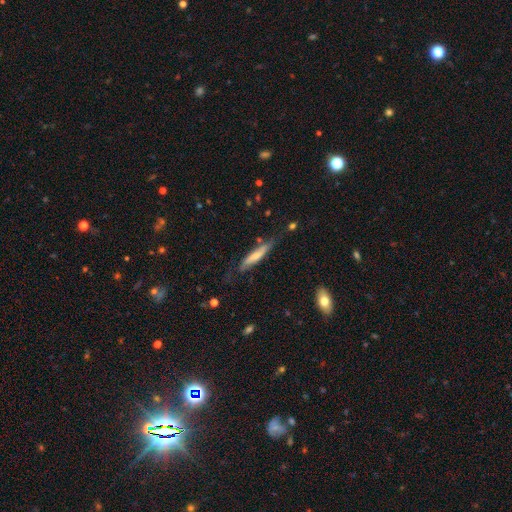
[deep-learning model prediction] smooth_or_featured: smooth (p=0.61) [alt: featured or disk p=0.33]
how_rounded: cigar-shaped (p=0.85) [alt: in between p=0.13]
merging: none (p=0.63) [alt: minor disturbance p=0.26]